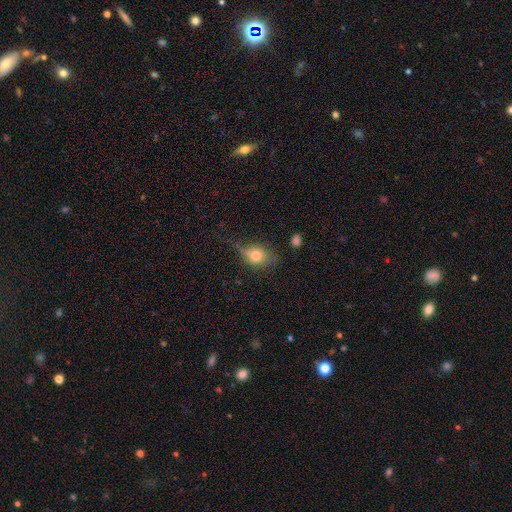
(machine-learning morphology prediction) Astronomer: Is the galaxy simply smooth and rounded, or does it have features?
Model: smooth — 69%.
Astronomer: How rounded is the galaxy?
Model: in between — 65%.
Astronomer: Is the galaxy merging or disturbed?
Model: none — 50% (runner-up: minor disturbance, 31%).